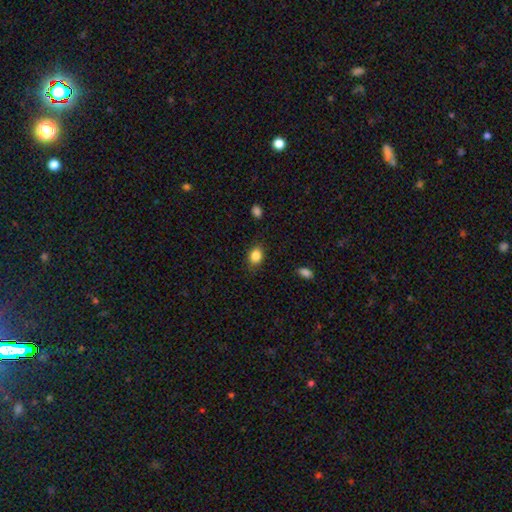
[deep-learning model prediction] Overall: smooth (85%). How rounded: in between (63%; round 35%). Merging: none (82%).